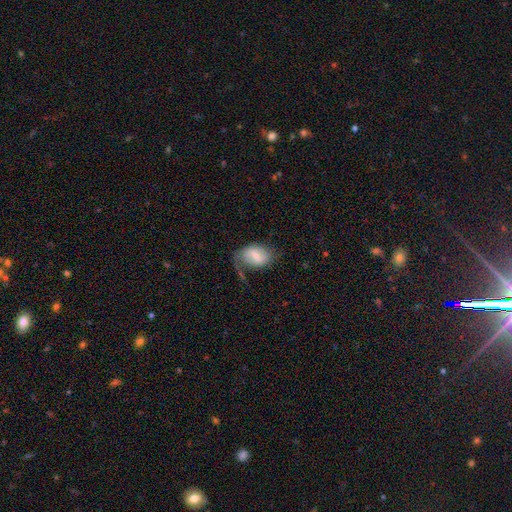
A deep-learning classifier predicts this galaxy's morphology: The model was most divided on "merging": none: 38%, major disturbance: 33%, minor disturbance: 26%, merger: 3%. More confident: how rounded — in between (79%); smooth or featured — smooth (50%).